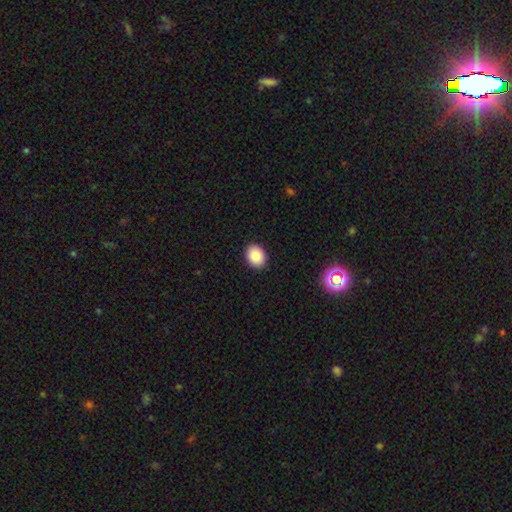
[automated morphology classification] Smooth or featured? smooth (86%)
How rounded? round (50%)
Merging? none (91%)